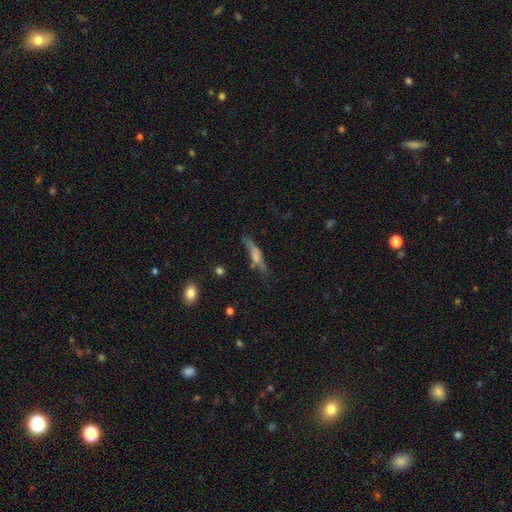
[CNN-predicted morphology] Q: Smooth or featured?
A: smooth (51%); runner-up: featured or disk (40%)
Q: How rounded?
A: cigar-shaped (79%); runner-up: in between (18%)
Q: Merging?
A: none (51%); runner-up: minor disturbance (28%)